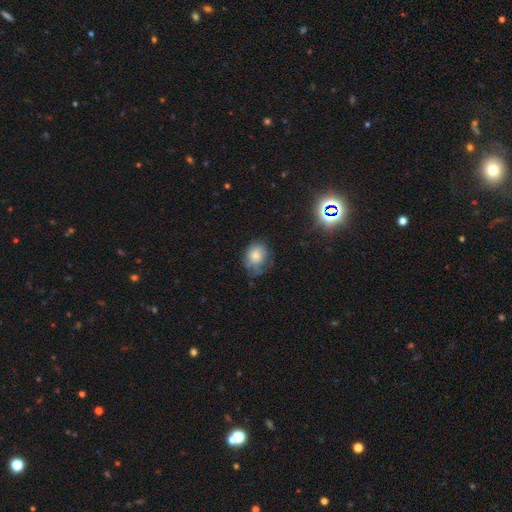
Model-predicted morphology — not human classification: The model was most divided on "merging": none: 47%, minor disturbance: 33%, major disturbance: 18%, merger: 2%. More confident: smooth or featured — smooth (70%); how rounded — round (57%).